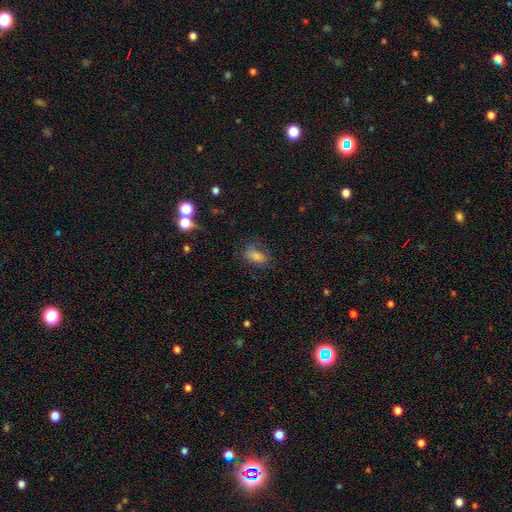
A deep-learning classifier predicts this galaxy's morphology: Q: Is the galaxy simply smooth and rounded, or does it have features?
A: smooth — 70%.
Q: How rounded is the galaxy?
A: in between — 82%.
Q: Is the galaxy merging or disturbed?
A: none — 71%.